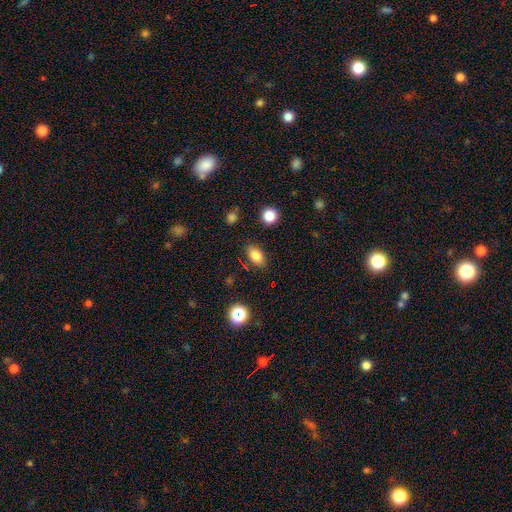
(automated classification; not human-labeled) Smooth or featured: smooth — 82% (star or artifact — 11%)
How rounded: in between — 88% (round — 10%)
Merging: none — 85% (minor disturbance — 10%)